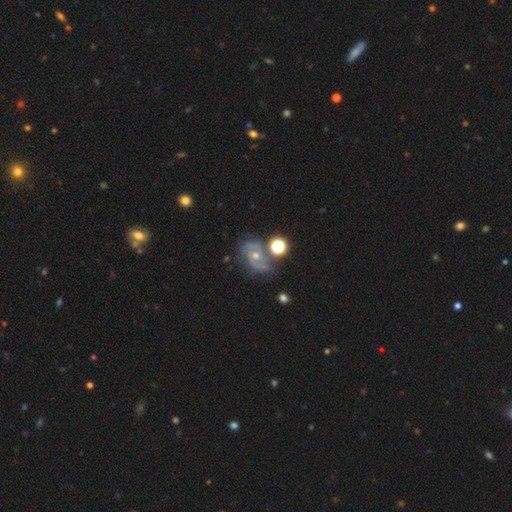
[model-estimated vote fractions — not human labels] A featured or disk galaxy (72%) with no bar (62%), 2 (67%) medium (48%) spiral arms (89%) and a moderate central bulge (51%). Merging: none (57%).